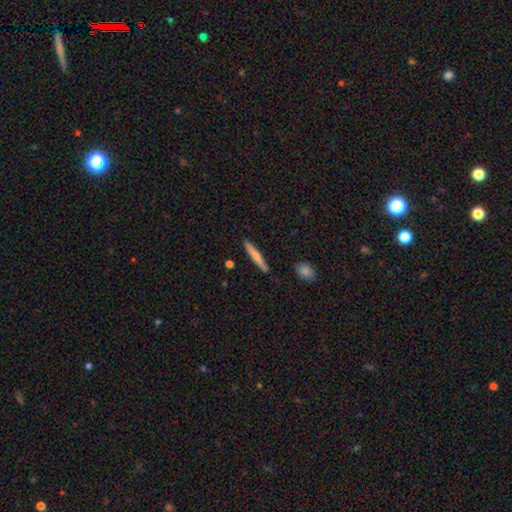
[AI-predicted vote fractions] Smooth or featured? Predicted: smooth (p=0.69). How rounded? Predicted: cigar-shaped (p=0.94). Merging? Predicted: none (p=0.89).